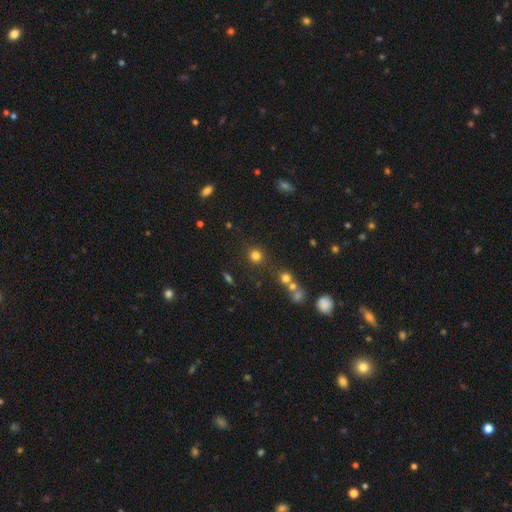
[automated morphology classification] type=smooth (78%); roundness=round (90%); merging=none (82%).